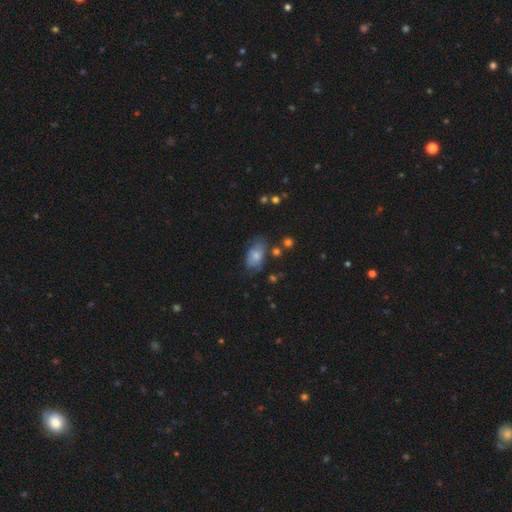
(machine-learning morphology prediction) Overall: smooth (67%). How rounded: in between (89%). Merging: none (52%; minor disturbance 31%).